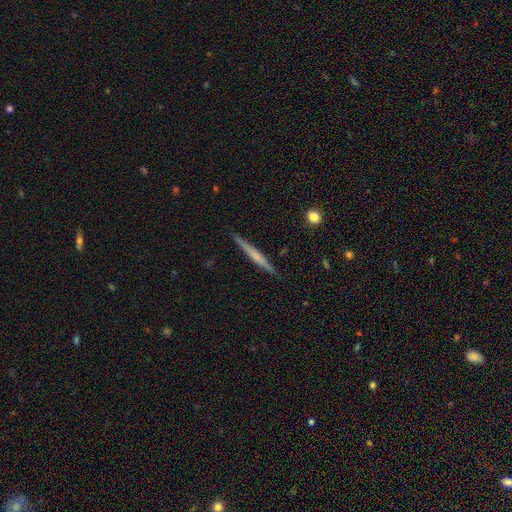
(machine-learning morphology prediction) smooth_or_featured: featured or disk (p=0.55) [alt: smooth p=0.39]
disk_edge_on: yes (p=0.98) [alt: no p=0.02]
edge_on_bulge: none (p=0.58) [alt: rounded p=0.30]
merging: none (p=0.90) [alt: minor disturbance p=0.07]